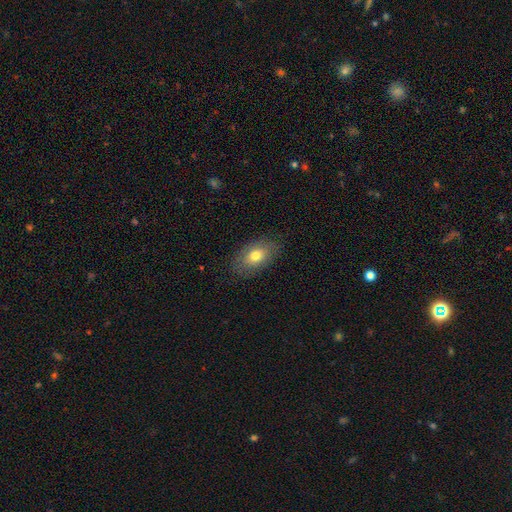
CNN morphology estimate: Smooth or featured? Predicted: smooth (p=0.73). How rounded? Predicted: in between (p=0.88). Merging? Predicted: none (p=0.83).